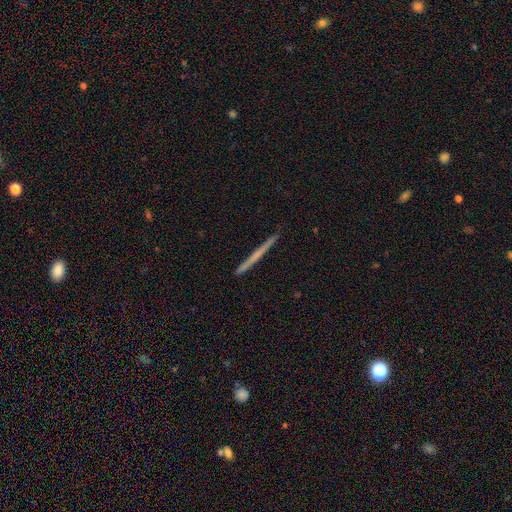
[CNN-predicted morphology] This is possibly a featured or disk galaxy (48%). Merging: clearly none (92%).